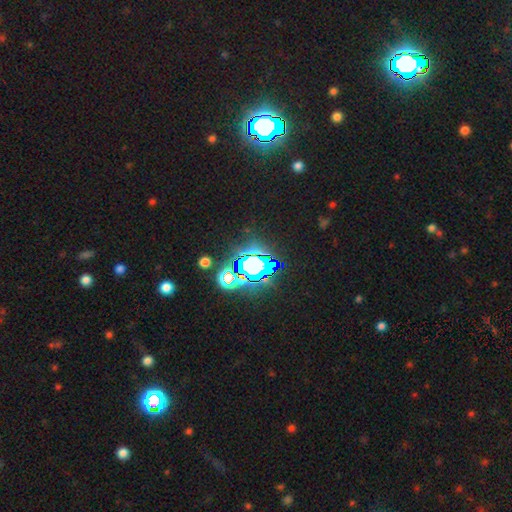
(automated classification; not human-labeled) smooth-or-featured: star or artifact: 78% | smooth: 13% | featured or disk: 9%